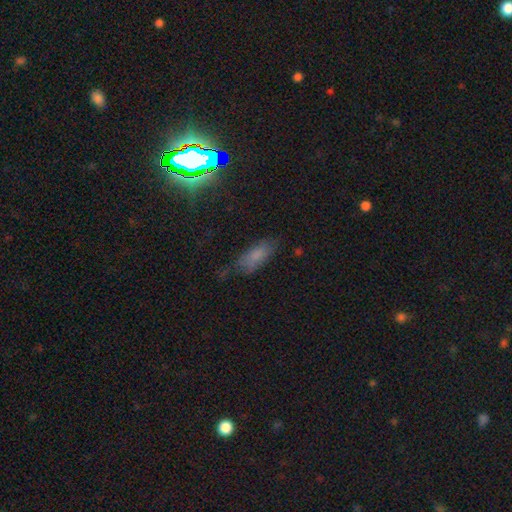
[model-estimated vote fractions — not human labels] A smooth galaxy with no disk features (69%) that is in between round and cigar-shaped (75%). Merging: none (62%).